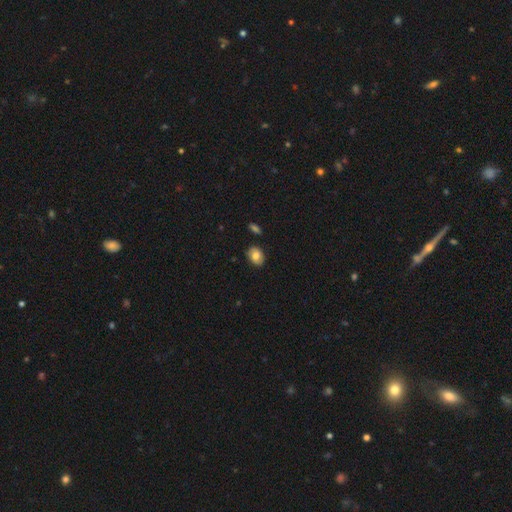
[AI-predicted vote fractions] Smooth or featured?
  - smooth: 72% *
  - featured or disk: 19%
  - star or artifact: 8%
How rounded?
  - in between: 60% *
  - round: 39%
  - cigar-shaped: 1%
Merging?
  - none: 84% *
  - minor disturbance: 12%
  - major disturbance: 2%
  - merger: 2%